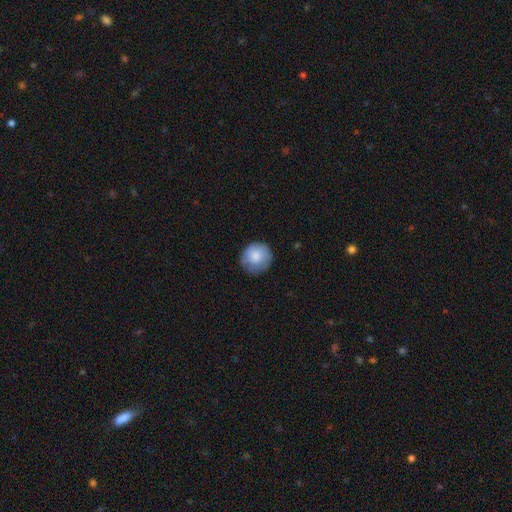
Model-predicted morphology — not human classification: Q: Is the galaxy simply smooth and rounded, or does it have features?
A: smooth — 82%.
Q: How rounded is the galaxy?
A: round — 91%.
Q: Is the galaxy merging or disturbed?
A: none — 77%.